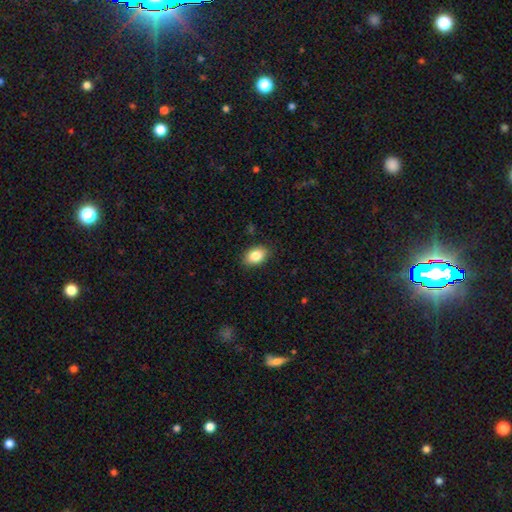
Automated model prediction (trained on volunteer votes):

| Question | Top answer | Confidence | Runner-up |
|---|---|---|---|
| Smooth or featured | smooth | 84% | star or artifact (8%) |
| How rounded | in between | 83% | round (16%) |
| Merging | none | 88% | minor disturbance (9%) |